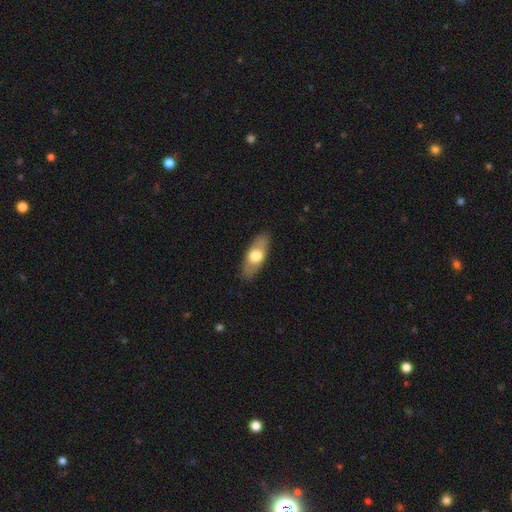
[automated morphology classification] type=smooth (60%); roundness=in between (76%); merging=none (86%).